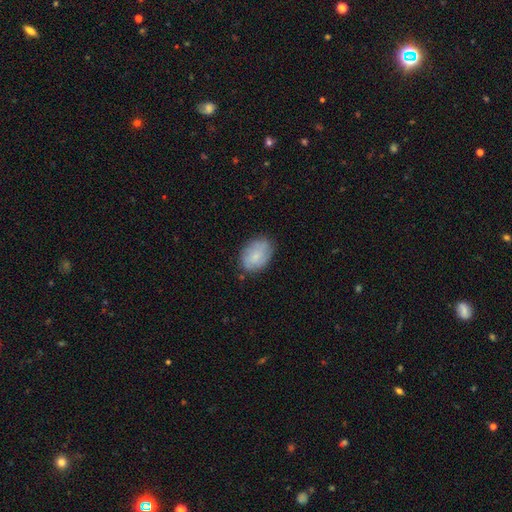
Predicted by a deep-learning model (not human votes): Overall: smooth (70%). How rounded: in between (78%). Merging: none (75%).